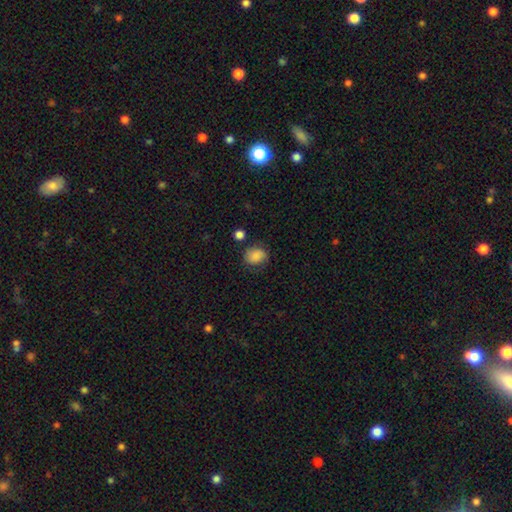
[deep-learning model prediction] A smooth galaxy with no disk features (79%) that is round (53%).

Vote fractions:
- Smooth or featured? smooth: 79% / featured or disk: 12% / star or artifact: 9%
- How rounded? round: 53% / in between: 46% / cigar-shaped: 1%
- Merging? none: 65% / minor disturbance: 22% / major disturbance: 8% / merger: 5%